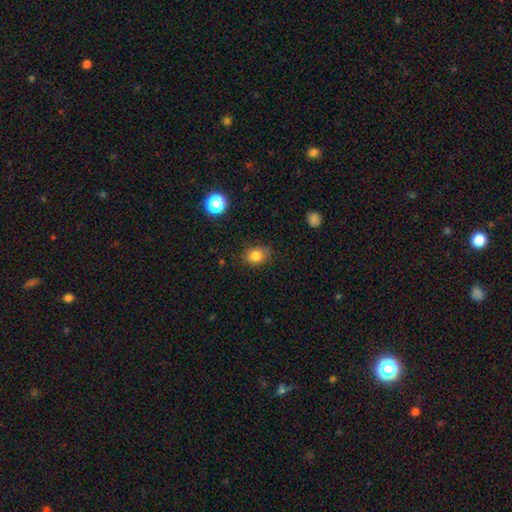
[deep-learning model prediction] This is clearly a smooth galaxy (82%). How rounded: possibly round (54%). Merging: likely none (78%).